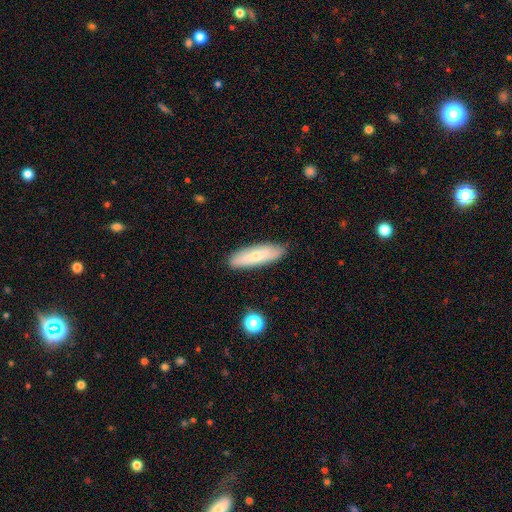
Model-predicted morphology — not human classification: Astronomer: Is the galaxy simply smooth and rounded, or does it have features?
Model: smooth — 64%.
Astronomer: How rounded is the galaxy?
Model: cigar-shaped — 56% (runner-up: in between, 42%).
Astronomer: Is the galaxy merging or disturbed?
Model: none — 84%.